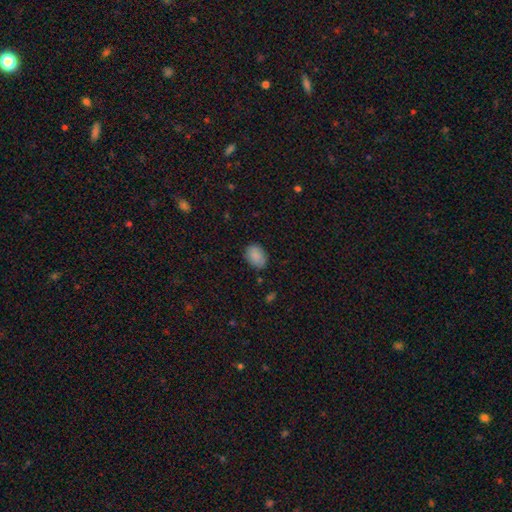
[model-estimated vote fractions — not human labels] Smooth or featured: smooth — 88% (star or artifact — 8%)
How rounded: in between — 76% (round — 23%)
Merging: none — 81% (minor disturbance — 15%)